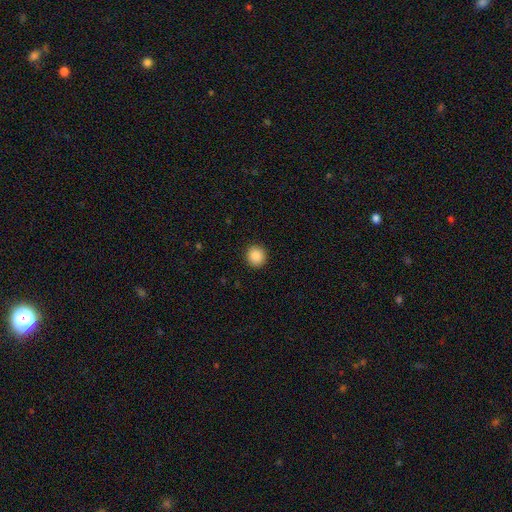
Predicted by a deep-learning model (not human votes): Smooth or featured?
  - smooth: 88% *
  - star or artifact: 9%
  - featured or disk: 3%
How rounded?
  - round: 90% *
  - in between: 9%
  - cigar-shaped: 1%
Merging?
  - none: 92% *
  - minor disturbance: 5%
  - major disturbance: 2%
  - merger: 1%